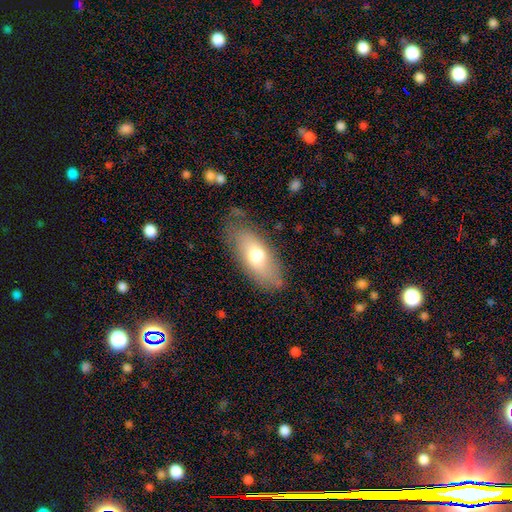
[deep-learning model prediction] smooth 65%, featured or disk 28%, star or artifact 7%. Down the decision tree: how rounded — in between (84%); merging — none (74%).